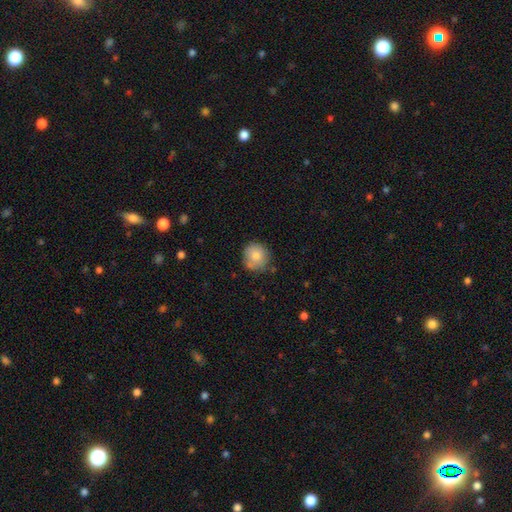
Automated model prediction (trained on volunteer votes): Smooth or featured?
  - smooth: 80% *
  - featured or disk: 12%
  - star or artifact: 8%
How rounded?
  - round: 90% *
  - in between: 9%
  - cigar-shaped: 1%
Merging?
  - none: 71% *
  - minor disturbance: 18%
  - merger: 7%
  - major disturbance: 4%